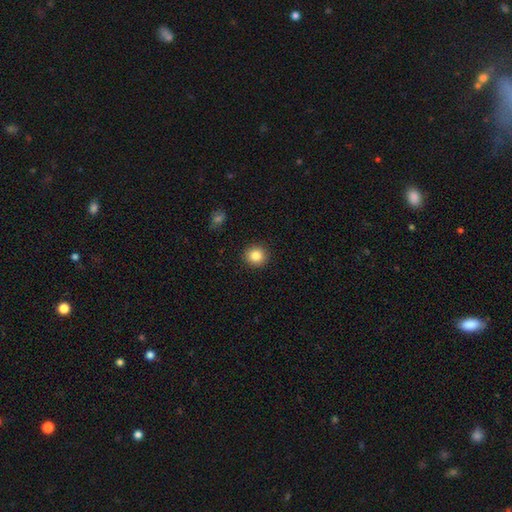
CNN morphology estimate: type=smooth (85%); roundness=round (92%); merging=none (92%).